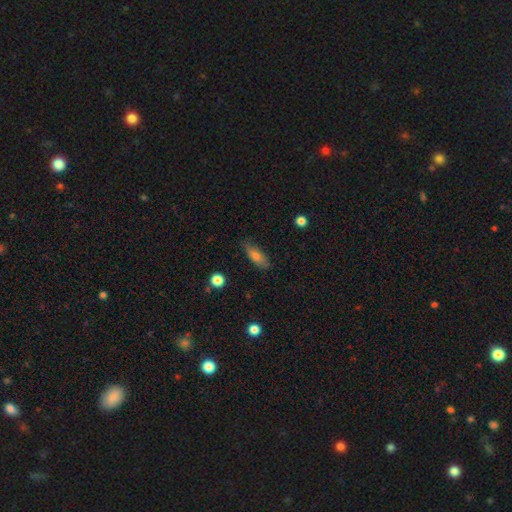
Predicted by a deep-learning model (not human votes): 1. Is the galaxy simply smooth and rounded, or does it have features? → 71% smooth, 21% featured or disk, 8% star or artifact.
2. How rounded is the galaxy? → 59% in between, 38% cigar-shaped, 3% round.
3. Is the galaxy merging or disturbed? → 79% none, 17% minor disturbance, 3% major disturbance, 1% merger.